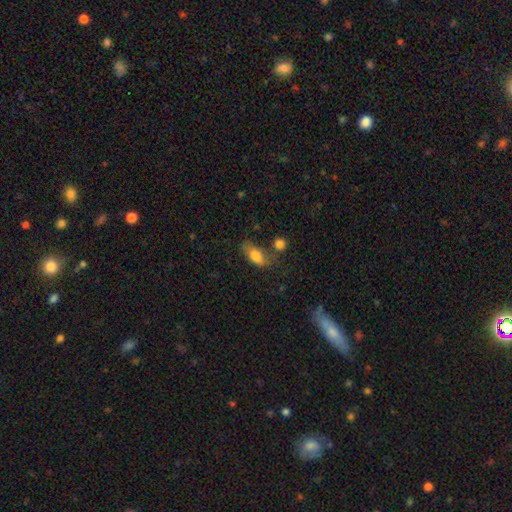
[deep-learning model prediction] This is likely a smooth galaxy (79%). How rounded: clearly in between (82%). Merging: possibly none (51%).